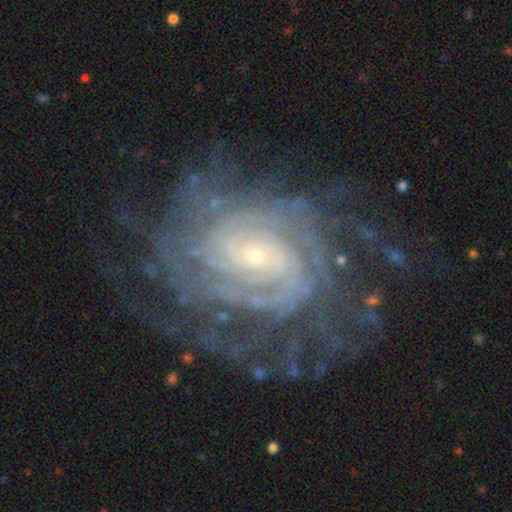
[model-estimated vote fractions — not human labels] Q: Smooth or featured?
A: featured or disk (89%); runner-up: star or artifact (6%)
Q: Edge-on disk?
A: no (97%); runner-up: yes (3%)
Q: Bar?
A: no (61%); runner-up: weak (29%)
Q: Spiral arms?
A: yes (97%); runner-up: no (3%)
Q: Spiral winding?
A: tight (76%); runner-up: medium (20%)
Q: Spiral arm count?
A: can't tell (33%); runner-up: more than 4 (19%)
Q: Bulge size?
A: small (81%); runner-up: moderate (14%)
Q: Merging?
A: none (71%); runner-up: minor disturbance (16%)